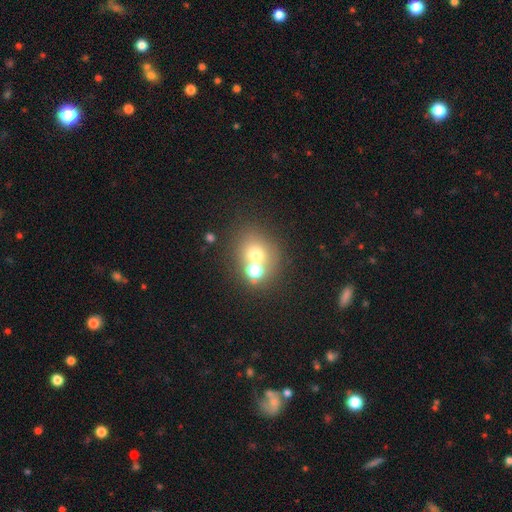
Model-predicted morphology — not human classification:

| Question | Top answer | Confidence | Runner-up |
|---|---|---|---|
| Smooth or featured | smooth | 64% | star or artifact (19%) |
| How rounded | round | 75% | in between (24%) |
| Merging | none | 46% | merger (43%) |